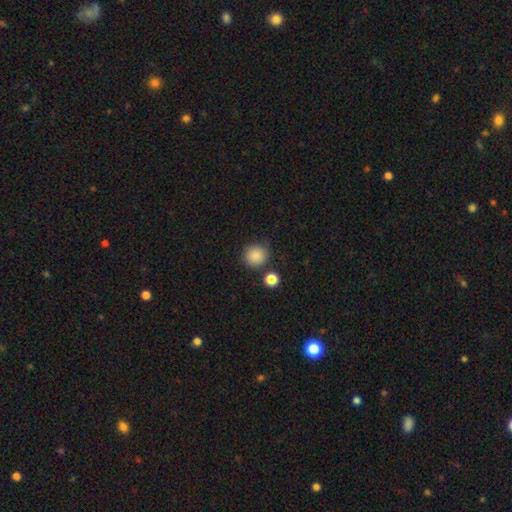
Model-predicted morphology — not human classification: A smooth galaxy with no disk features (87%) that is round (91%).

Vote fractions:
- Smooth or featured? smooth: 87% / star or artifact: 10% / featured or disk: 4%
- How rounded? round: 91% / in between: 8% / cigar-shaped: 1%
- Merging? none: 81% / minor disturbance: 11% / merger: 5% / major disturbance: 3%